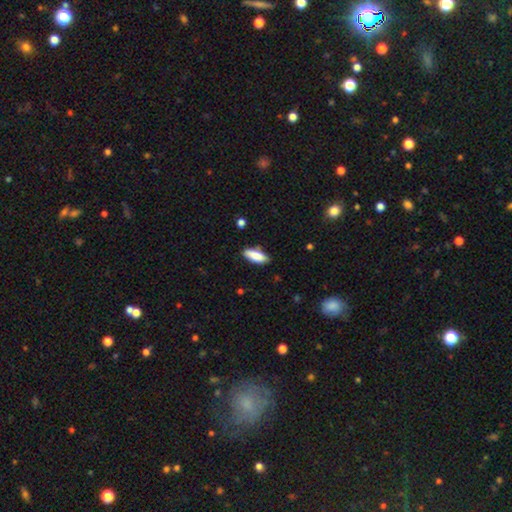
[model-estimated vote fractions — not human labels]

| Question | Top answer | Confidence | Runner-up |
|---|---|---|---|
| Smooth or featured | smooth | 86% | featured or disk (8%) |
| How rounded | in between | 77% | cigar-shaped (21%) |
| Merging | none | 82% | minor disturbance (14%) |